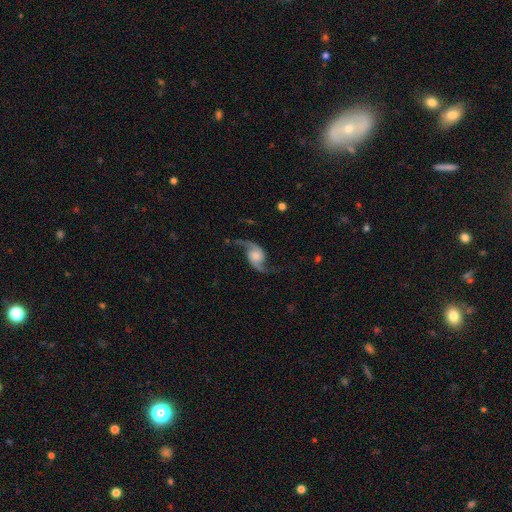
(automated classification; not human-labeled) smooth_or_featured: featured or disk (p=0.89) [alt: smooth p=0.06]
disk_edge_on: no (p=0.97) [alt: yes p=0.03]
bar: no (p=0.65) [alt: weak p=0.27]
has_spiral_arms: yes (p=0.97) [alt: no p=0.03]
spiral_winding: loose (p=0.79) [alt: medium p=0.18]
spiral_arm_count: 2 (p=0.94) [alt: 1 p=0.02]
bulge_size: moderate (p=0.30) [alt: large p=0.24]
merging: none (p=0.77) [alt: minor disturbance p=0.14]